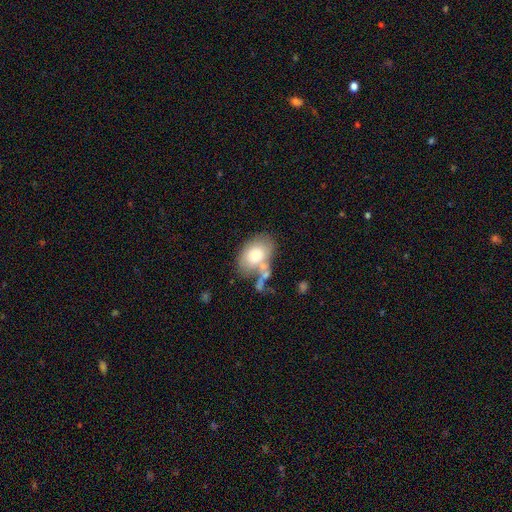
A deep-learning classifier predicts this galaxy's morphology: This appears to be a smooth galaxy with no disk features (70%) that is in between round and cigar-shaped (85%). Merging: none (40%).